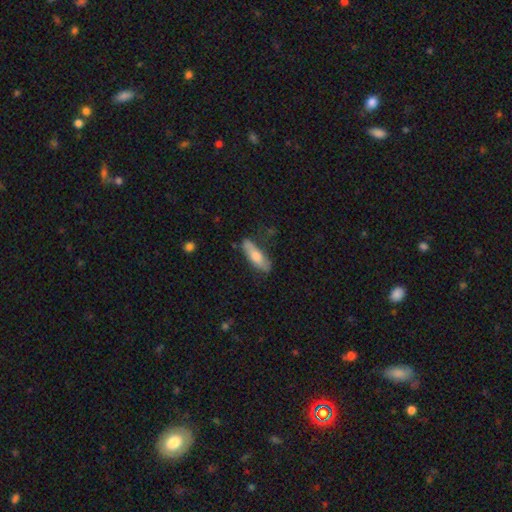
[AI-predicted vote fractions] Q: Smooth or featured?
A: smooth (65%); runner-up: featured or disk (29%)
Q: How rounded?
A: cigar-shaped (60%); runner-up: in between (38%)
Q: Merging?
A: none (75%); runner-up: minor disturbance (19%)